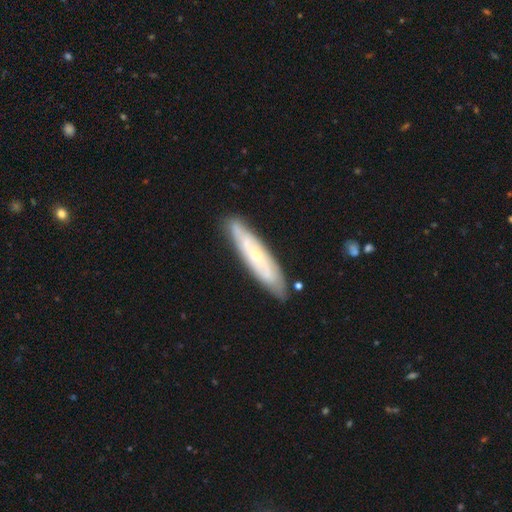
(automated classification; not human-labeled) Smooth or featured? Predicted: featured or disk (p=0.64). Edge-on disk? Predicted: no (p=0.56). Merging? Predicted: none (p=0.83).